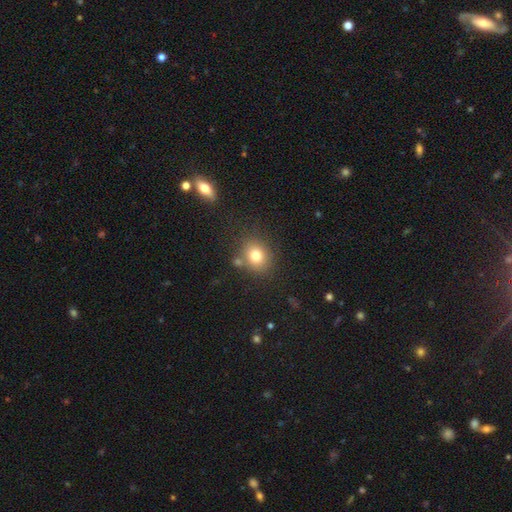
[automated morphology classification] This is likely a smooth galaxy (78%). How rounded: likely round (65%). Merging: likely none (75%).